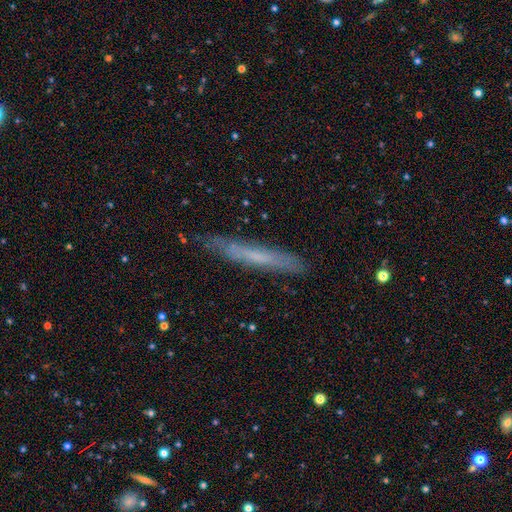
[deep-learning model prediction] A smooth galaxy with no disk features (47%).

Vote fractions:
- Smooth or featured? smooth: 47% / featured or disk: 45% / star or artifact: 8%
- Merging? none: 81% / minor disturbance: 15% / major disturbance: 3% / merger: 2%